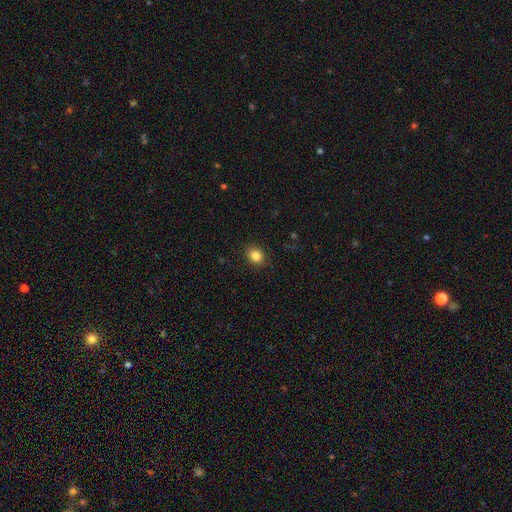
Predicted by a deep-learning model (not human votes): Smooth or featured?
  - smooth: 84% *
  - star or artifact: 11%
  - featured or disk: 5%
How rounded?
  - round: 57% *
  - in between: 42%
  - cigar-shaped: 1%
Merging?
  - none: 88% *
  - minor disturbance: 8%
  - major disturbance: 2%
  - merger: 1%